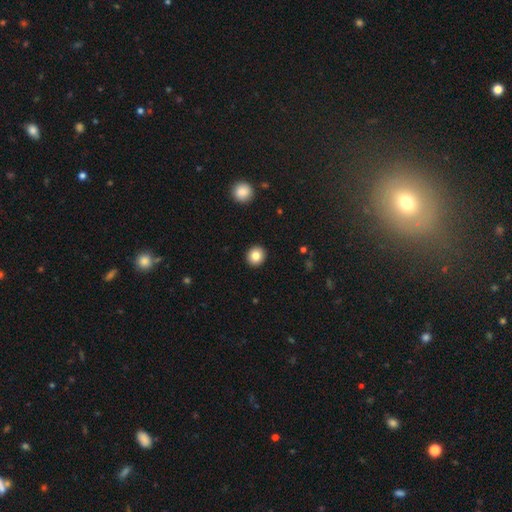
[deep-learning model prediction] Morphology: type=smooth (83%); roundness=round (87%); merging=none (93%).